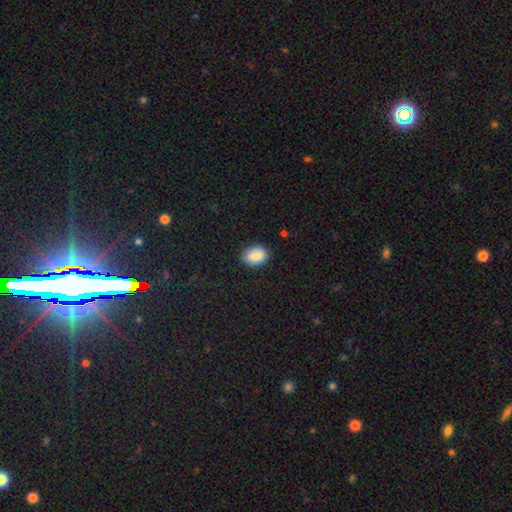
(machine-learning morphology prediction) Smooth or featured? Predicted: smooth (p=0.89). How rounded? Predicted: in between (p=0.70). Merging? Predicted: none (p=0.85).